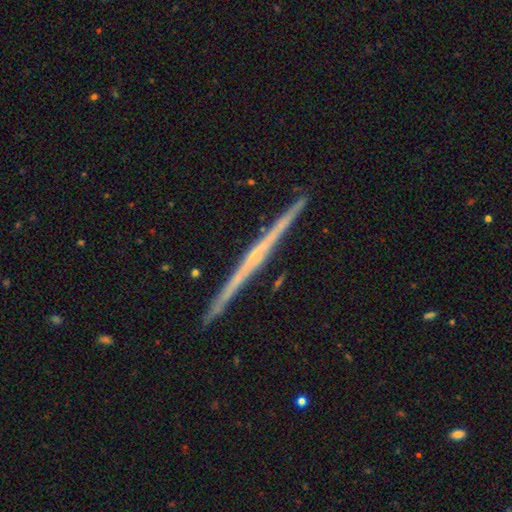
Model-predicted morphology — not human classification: The model was most divided on "edge-on bulge": none: 54%, rounded: 39%, boxy: 7%. More confident: edge-on disk — yes (99%); merging — none (92%); smooth or featured — featured or disk (80%).